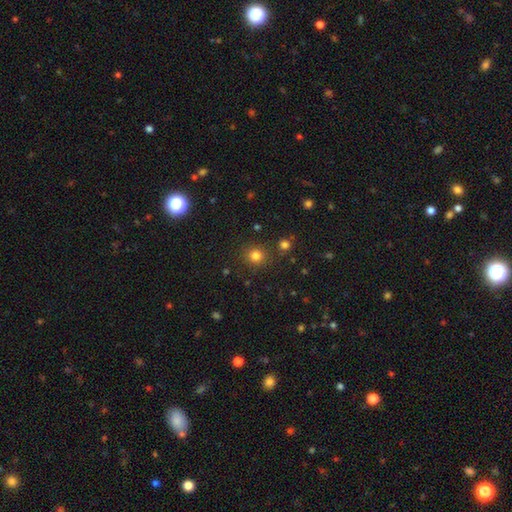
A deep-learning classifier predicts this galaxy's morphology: A smooth galaxy with no disk features (80%) that is round (90%). Merging: none (85%).